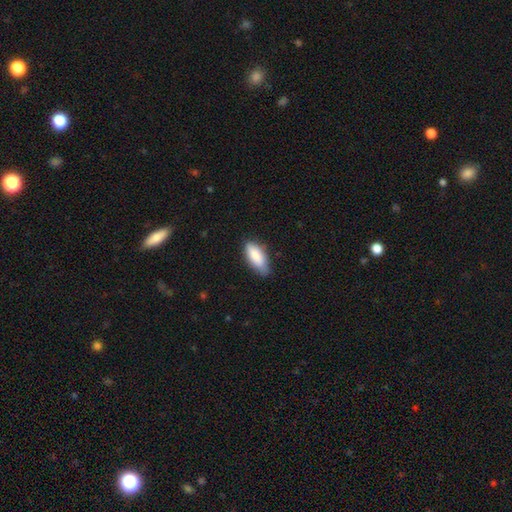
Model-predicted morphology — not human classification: smooth 86%, featured or disk 8%, star or artifact 6%. Down the decision tree: how rounded — in between (81%); merging — none (73%).